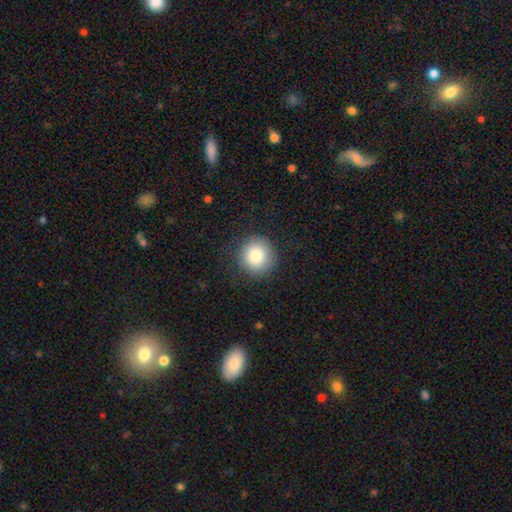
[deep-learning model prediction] A smooth galaxy with no disk features (83%) that is round (93%). Merging: none (87%).